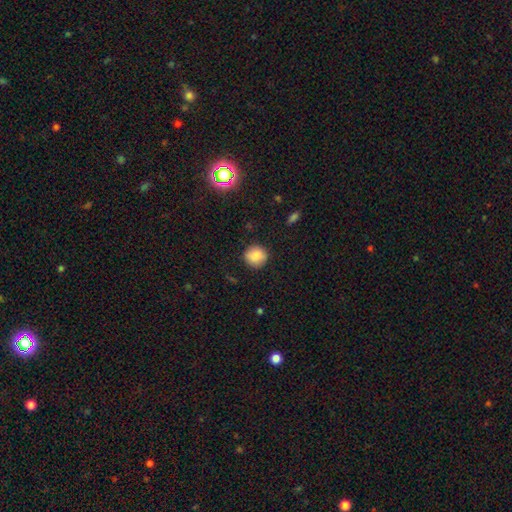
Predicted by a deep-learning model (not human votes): smooth 84%, star or artifact 9%, featured or disk 6%. Down the decision tree: how rounded — round (90%); merging — none (88%).